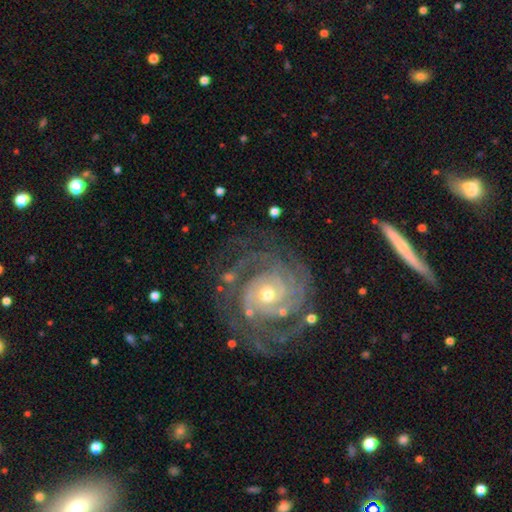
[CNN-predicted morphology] Smooth or featured? Predicted: featured or disk (p=0.87). Edge-on disk? Predicted: no (p=0.96). Bar? Predicted: no (p=0.64). Spiral arms? Predicted: yes (p=0.95). Spiral winding? Predicted: tight (p=0.69). Spiral arm count? Predicted: 2 (p=0.31). Bulge size? Predicted: small (p=0.52). Merging? Predicted: none (p=0.73).